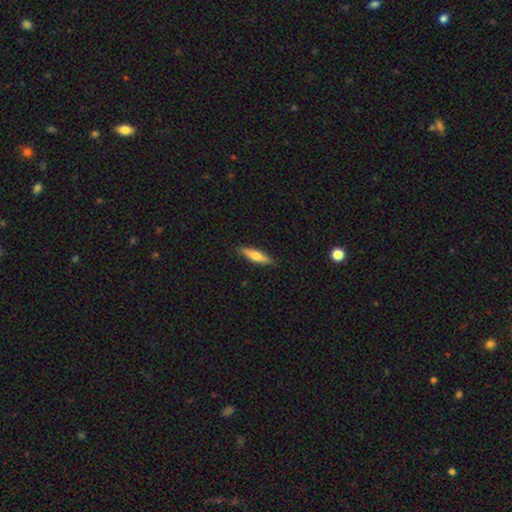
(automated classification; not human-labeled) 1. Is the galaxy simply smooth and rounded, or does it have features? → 53% smooth, 41% featured or disk, 6% star or artifact.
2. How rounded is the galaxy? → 77% cigar-shaped, 21% in between, 2% round.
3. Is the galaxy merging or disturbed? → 88% none, 9% minor disturbance, 2% major disturbance, 1% merger.